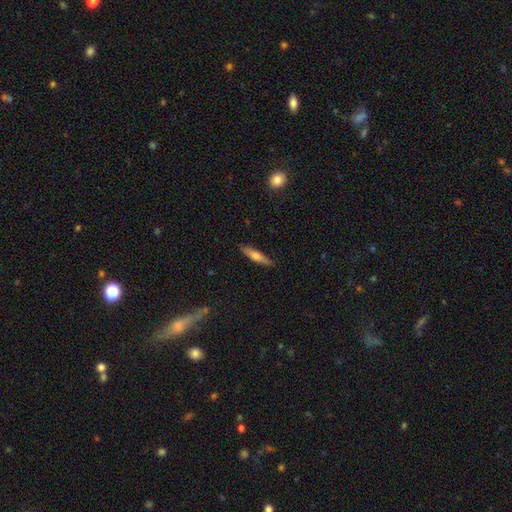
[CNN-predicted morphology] A smooth galaxy with no disk features (56%) that is cigar-shaped (84%). Merging: none (88%).